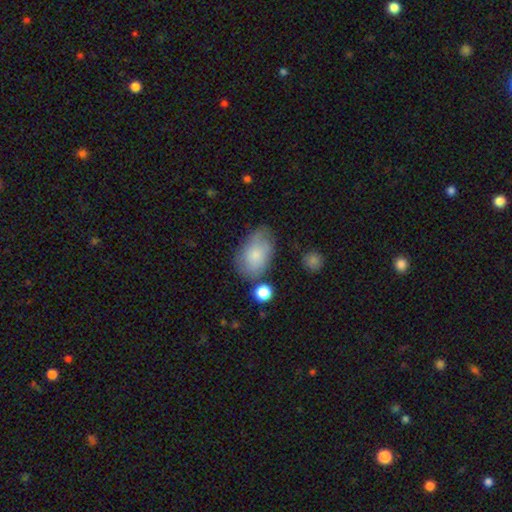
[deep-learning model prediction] Smooth or featured: smooth — 75% (featured or disk — 18%)
How rounded: in between — 88% (round — 11%)
Merging: none — 58% (minor disturbance — 26%)